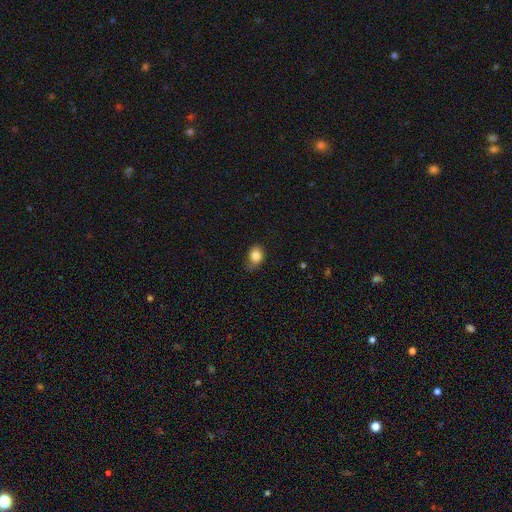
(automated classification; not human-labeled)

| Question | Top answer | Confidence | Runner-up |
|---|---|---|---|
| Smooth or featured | smooth | 84% | star or artifact (9%) |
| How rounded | in between | 64% | round (35%) |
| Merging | none | 59% | minor disturbance (31%) |